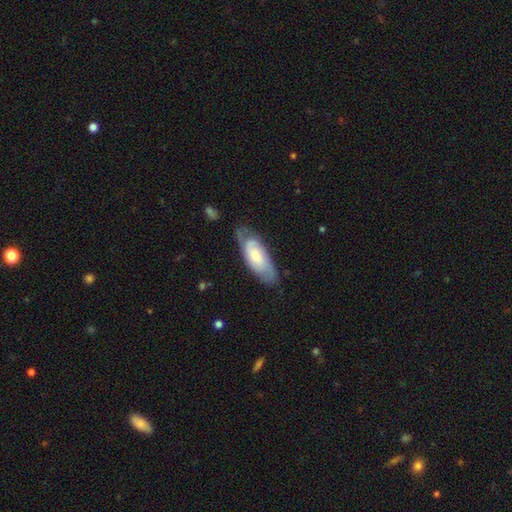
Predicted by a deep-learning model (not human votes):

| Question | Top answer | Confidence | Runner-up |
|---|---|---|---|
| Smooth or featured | featured or disk | 56% | smooth (39%) |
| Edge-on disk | no | 86% | yes (14%) |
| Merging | none | 64% | minor disturbance (26%) |